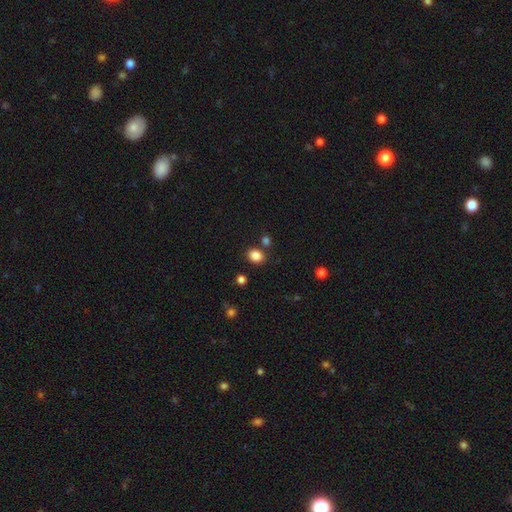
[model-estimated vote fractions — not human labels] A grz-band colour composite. It shows a smooth galaxy with no disk features (85%) that is round (50%). Merging: none (78%).